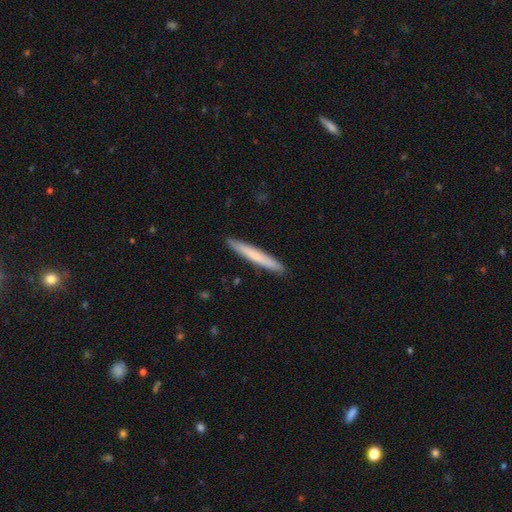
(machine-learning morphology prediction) type=smooth (70%); roundness=cigar-shaped (97%); merging=none (92%).